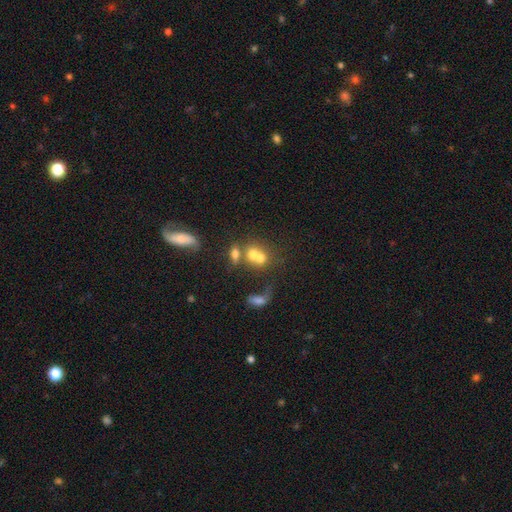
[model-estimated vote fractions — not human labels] Smooth or featured?
  - smooth: 61% *
  - featured or disk: 24%
  - star or artifact: 15%
How rounded?
  - round: 60% *
  - in between: 38%
  - cigar-shaped: 2%
Merging?
  - merger: 60% *
  - none: 24%
  - major disturbance: 8%
  - minor disturbance: 8%